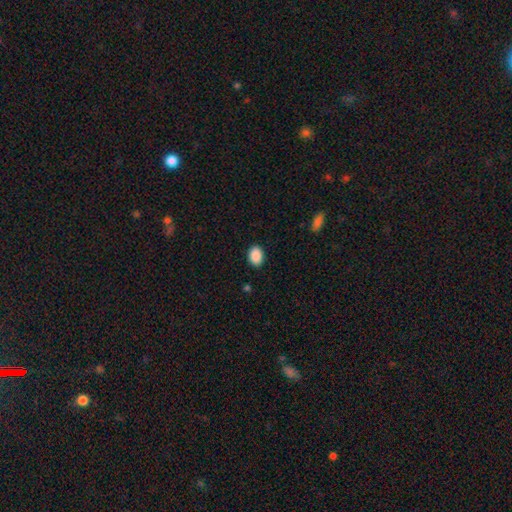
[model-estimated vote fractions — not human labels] Smooth or featured?
  - smooth: 90% *
  - star or artifact: 7%
  - featured or disk: 3%
How rounded?
  - in between: 75% *
  - round: 24%
  - cigar-shaped: 1%
Merging?
  - none: 89% *
  - minor disturbance: 8%
  - major disturbance: 2%
  - merger: 1%